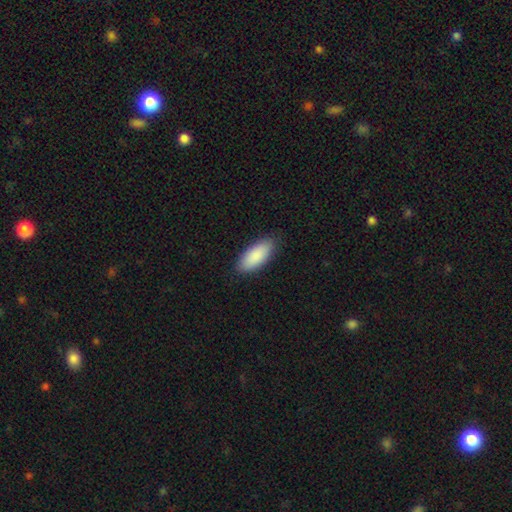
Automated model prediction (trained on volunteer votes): This appears to be a smooth galaxy with no disk features (90%) that is in between round and cigar-shaped (84%). Merging: none (87%).